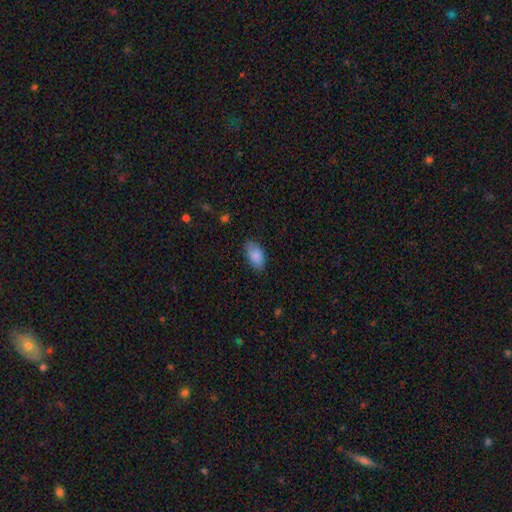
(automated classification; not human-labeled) Smooth or featured?
  - smooth: 88% *
  - star or artifact: 7%
  - featured or disk: 6%
How rounded?
  - in between: 93% *
  - round: 4%
  - cigar-shaped: 3%
Merging?
  - none: 79% *
  - minor disturbance: 17%
  - major disturbance: 4%
  - merger: 1%